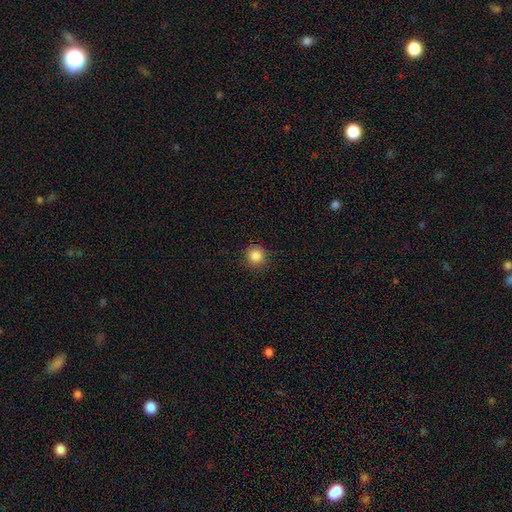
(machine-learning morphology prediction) type=smooth (84%); roundness=round (94%); merging=none (91%).